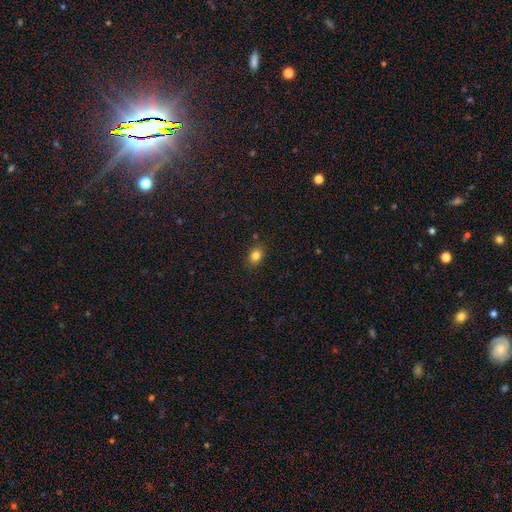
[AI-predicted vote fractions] Smooth or featured? smooth (82%)
How rounded? in between (59%)
Merging? none (86%)